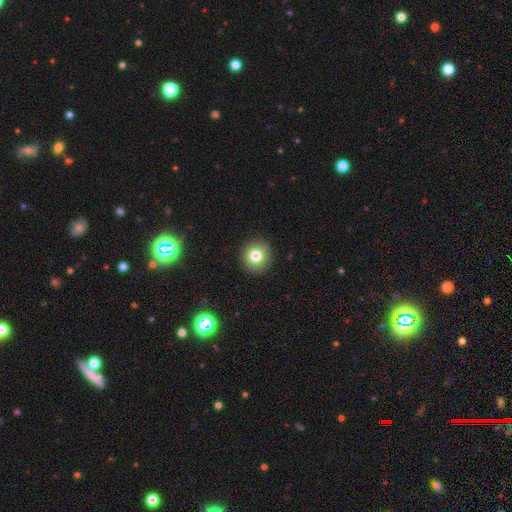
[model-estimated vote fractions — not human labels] A smooth galaxy with no disk features (79%) that is round (93%). Merging: none (91%).